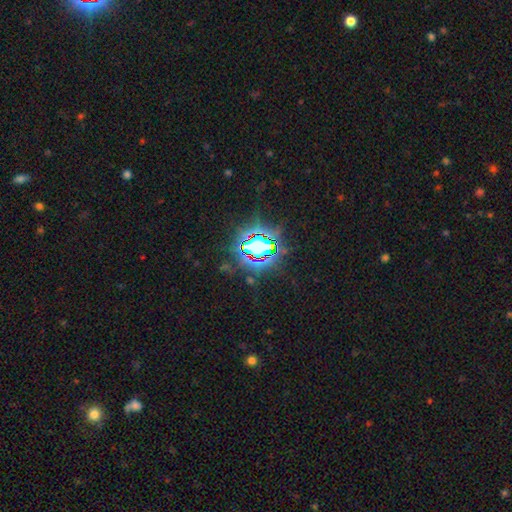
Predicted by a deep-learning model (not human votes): Smooth or featured? star or artifact (83%)